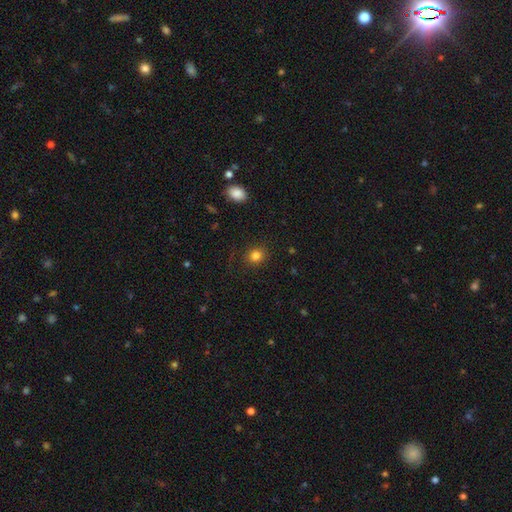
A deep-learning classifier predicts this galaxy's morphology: Smooth or featured? Predicted: smooth (p=0.82). How rounded? Predicted: round (p=0.76). Merging? Predicted: none (p=0.86).